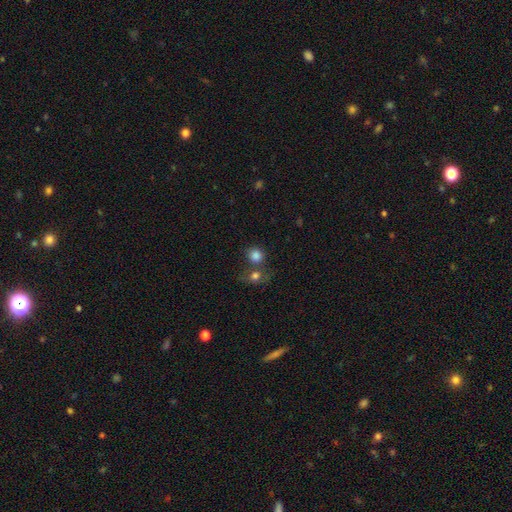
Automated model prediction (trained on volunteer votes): smooth-or-featured: smooth: 82% | star or artifact: 12% | featured or disk: 7%
  how-rounded: round: 82% | in between: 17% | cigar-shaped: 1%
  merging: none: 54% | merger: 32% | minor disturbance: 9% | major disturbance: 5%